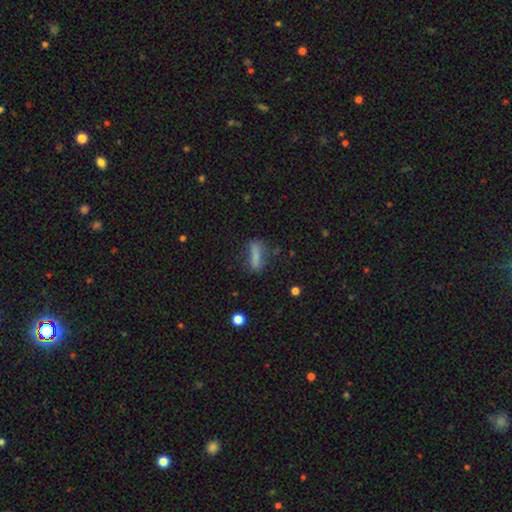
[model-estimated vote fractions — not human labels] Q: Smooth or featured?
A: smooth (71%); runner-up: featured or disk (18%)
Q: How rounded?
A: cigar-shaped (53%); runner-up: in between (43%)
Q: Merging?
A: none (57%); runner-up: minor disturbance (23%)